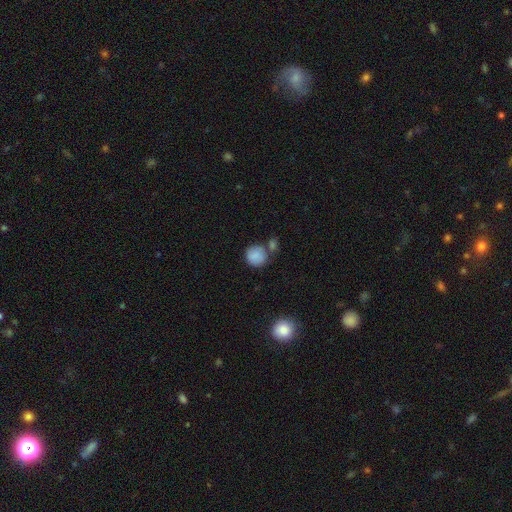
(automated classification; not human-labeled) Smooth or featured? Predicted: smooth (p=0.86). How rounded? Predicted: round (p=0.87). Merging? Predicted: none (p=0.56).